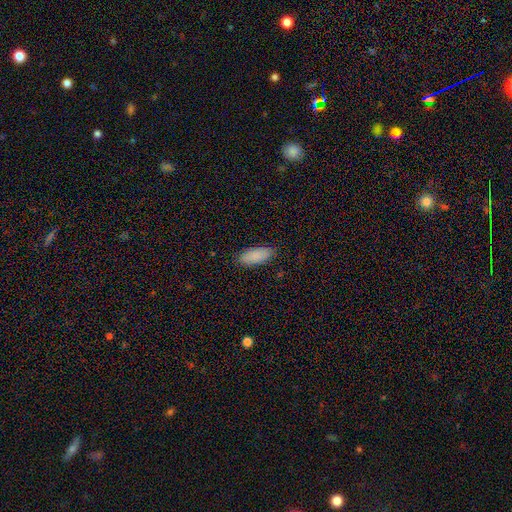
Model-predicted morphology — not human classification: Q: Smooth or featured?
A: smooth (89%); runner-up: star or artifact (6%)
Q: How rounded?
A: in between (84%); runner-up: cigar-shaped (15%)
Q: Merging?
A: none (87%); runner-up: minor disturbance (10%)